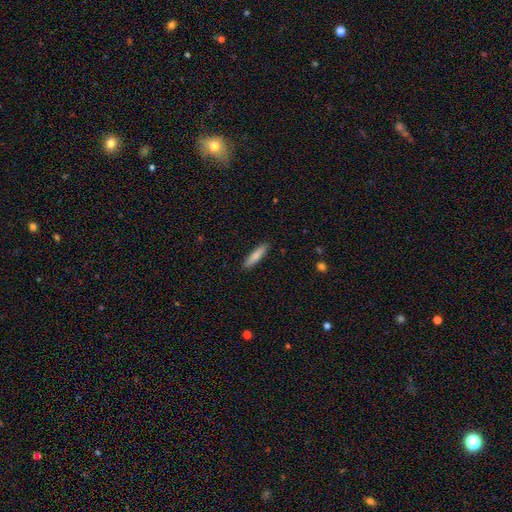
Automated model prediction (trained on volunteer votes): smooth-or-featured: smooth: 79% | featured or disk: 16% | star or artifact: 5%
  how-rounded: cigar-shaped: 85% | in between: 14% | round: 1%
  merging: none: 90% | minor disturbance: 7% | major disturbance: 2% | merger: 1%